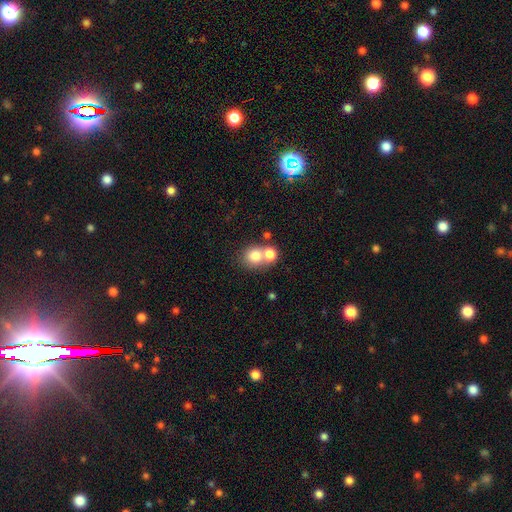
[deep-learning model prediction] Smooth or featured? Predicted: smooth (p=0.77). How rounded? Predicted: round (p=0.79). Merging? Predicted: merger (p=0.54).